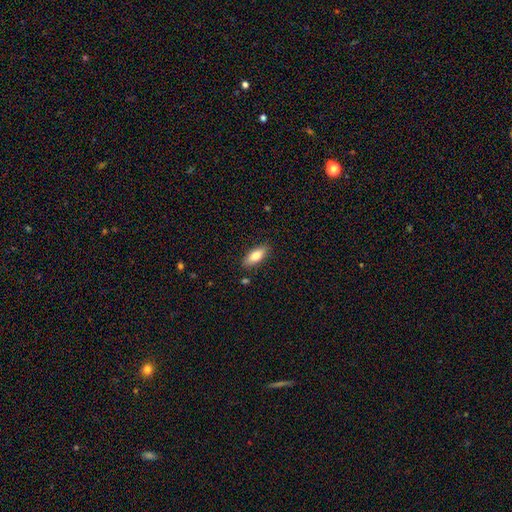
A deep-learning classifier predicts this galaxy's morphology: Q: Smooth or featured?
A: smooth (78%); runner-up: featured or disk (15%)
Q: How rounded?
A: in between (78%); runner-up: cigar-shaped (20%)
Q: Merging?
A: none (85%); runner-up: minor disturbance (11%)